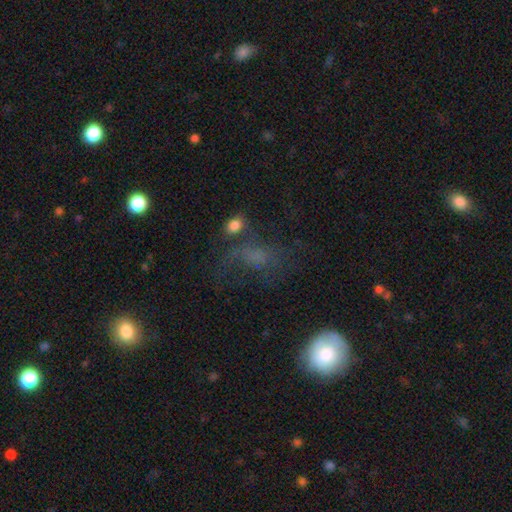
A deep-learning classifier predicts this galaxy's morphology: A smooth galaxy with no disk features (44%).

Vote fractions:
- Smooth or featured? smooth: 44% / featured or disk: 32% / star or artifact: 24%
- Merging? none: 42% / major disturbance: 33% / minor disturbance: 19% / merger: 7%